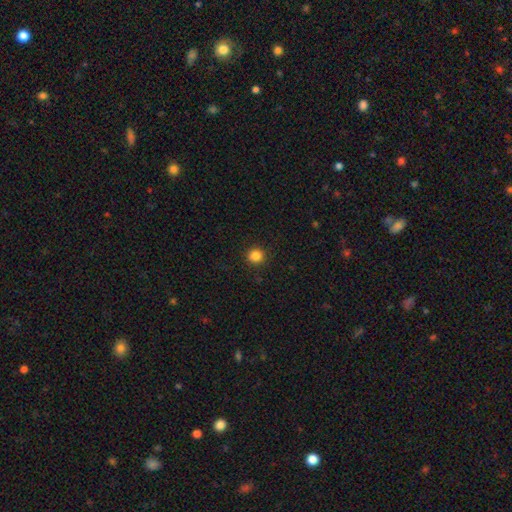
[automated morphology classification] This appears to be a smooth galaxy with no disk features (84%) that is round (93%). Merging: none (92%).